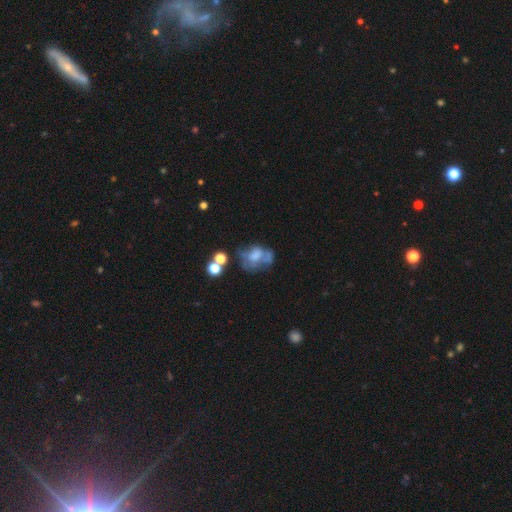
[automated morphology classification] type=featured or disk (48%); merging=major disturbance (30%, tied with none).